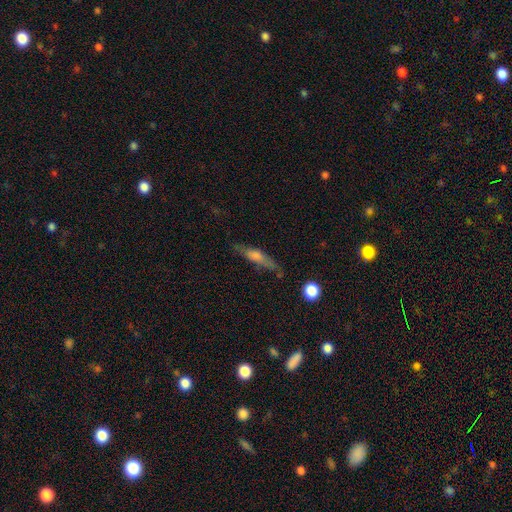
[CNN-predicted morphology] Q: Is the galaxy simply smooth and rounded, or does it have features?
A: smooth — 48%.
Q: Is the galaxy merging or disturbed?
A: none — 69%.